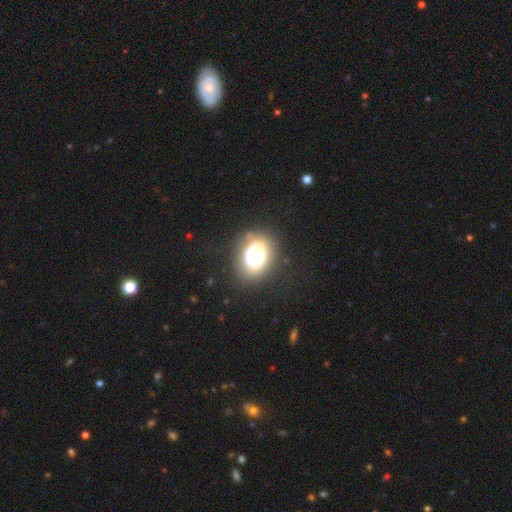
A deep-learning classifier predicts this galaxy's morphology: This is possibly a smooth galaxy (54%). How rounded: likely in between (66%). Merging: likely none (68%).